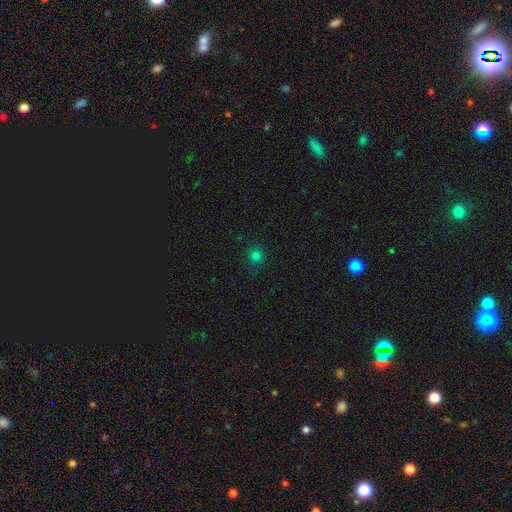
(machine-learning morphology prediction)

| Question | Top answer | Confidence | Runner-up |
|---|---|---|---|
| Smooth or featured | smooth | 76% | star or artifact (18%) |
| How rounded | round | 92% | in between (7%) |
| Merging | none | 88% | minor disturbance (9%) |